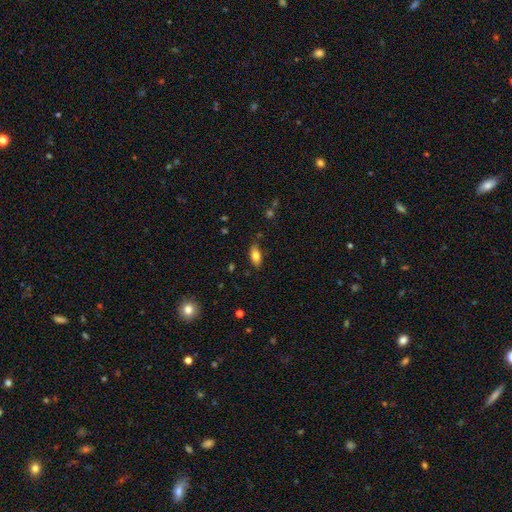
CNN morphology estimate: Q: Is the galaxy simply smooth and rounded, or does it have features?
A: smooth — 78%.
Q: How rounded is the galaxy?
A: in between — 87%.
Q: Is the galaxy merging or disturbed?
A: none — 81%.